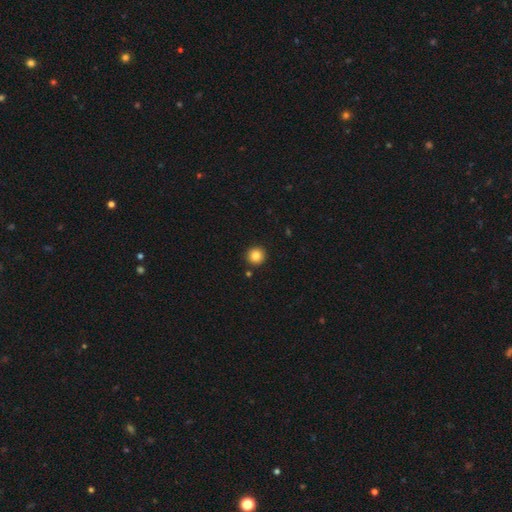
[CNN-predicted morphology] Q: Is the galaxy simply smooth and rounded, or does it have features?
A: smooth — 85%.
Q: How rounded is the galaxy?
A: round — 94%.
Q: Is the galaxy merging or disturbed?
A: none — 91%.